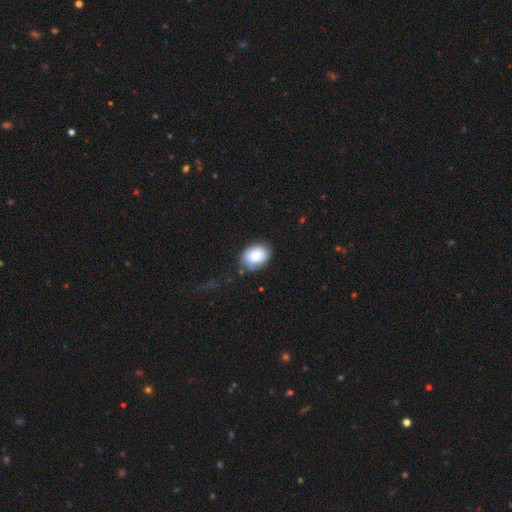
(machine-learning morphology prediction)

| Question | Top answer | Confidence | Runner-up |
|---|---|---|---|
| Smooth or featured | smooth | 77% | featured or disk (16%) |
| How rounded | in between | 65% | round (34%) |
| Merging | none | 69% | minor disturbance (22%) |